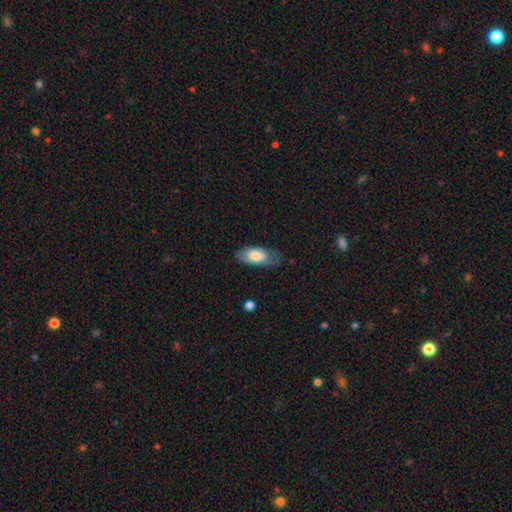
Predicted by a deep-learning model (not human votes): Morphology: type=smooth (72%); roundness=in between (88%); merging=none (57%).